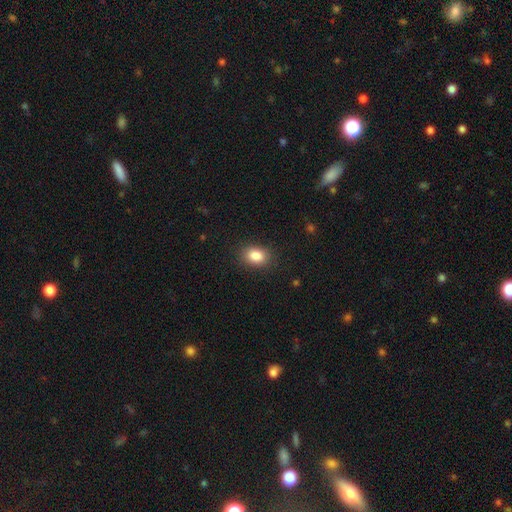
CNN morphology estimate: Smooth or featured?
  - smooth: 86% *
  - star or artifact: 9%
  - featured or disk: 5%
How rounded?
  - in between: 75% *
  - round: 24%
  - cigar-shaped: 1%
Merging?
  - none: 86% *
  - minor disturbance: 10%
  - major disturbance: 3%
  - merger: 1%